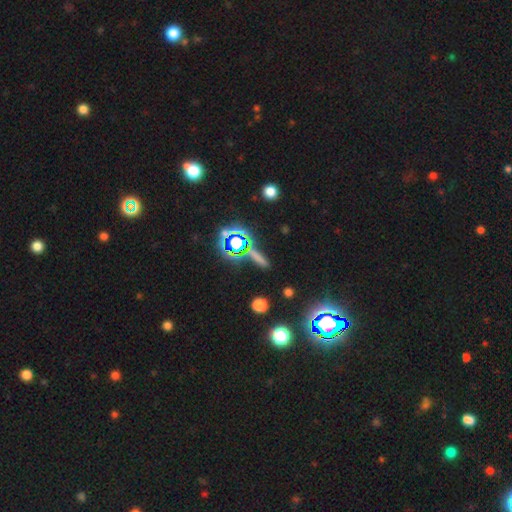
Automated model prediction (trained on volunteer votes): Smooth or featured: smooth — 44% (star or artifact — 41%)
Merging: none — 76% (minor disturbance — 12%)